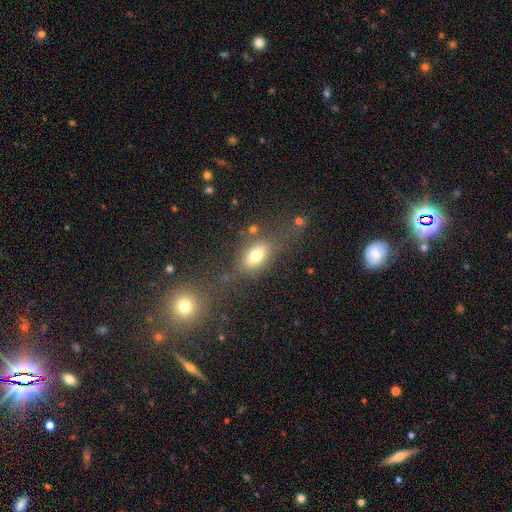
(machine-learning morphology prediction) Q: Smooth or featured?
A: smooth (71%); runner-up: featured or disk (17%)
Q: How rounded?
A: in between (78%); runner-up: round (15%)
Q: Merging?
A: none (59%); runner-up: minor disturbance (17%)